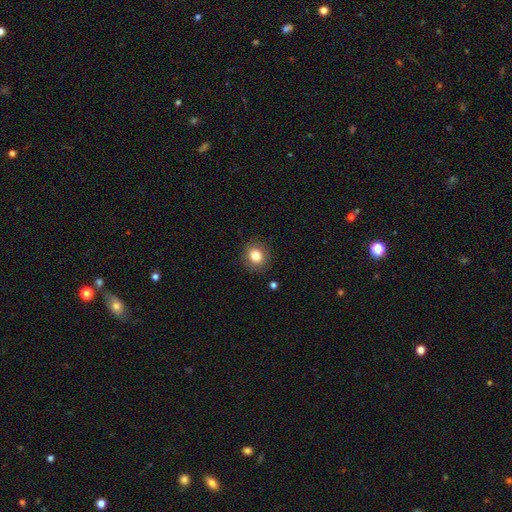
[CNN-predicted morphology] Smooth or featured? smooth (82%)
How rounded? round (81%)
Merging? none (87%)